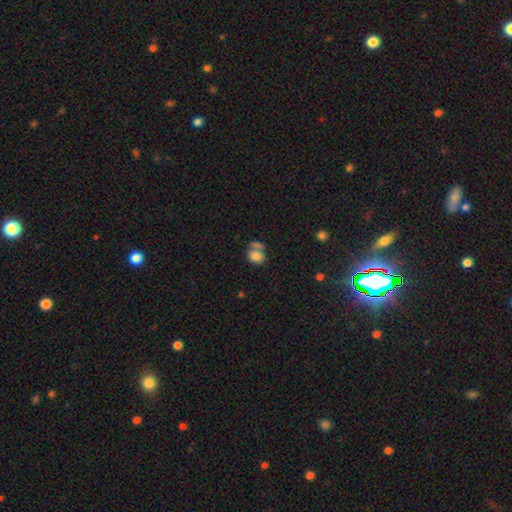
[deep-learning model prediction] Smooth or featured?
  - smooth: 81% *
  - star or artifact: 10%
  - featured or disk: 9%
How rounded?
  - in between: 57% *
  - round: 42%
  - cigar-shaped: 1%
Merging?
  - merger: 41% *
  - none: 39%
  - minor disturbance: 12%
  - major disturbance: 7%